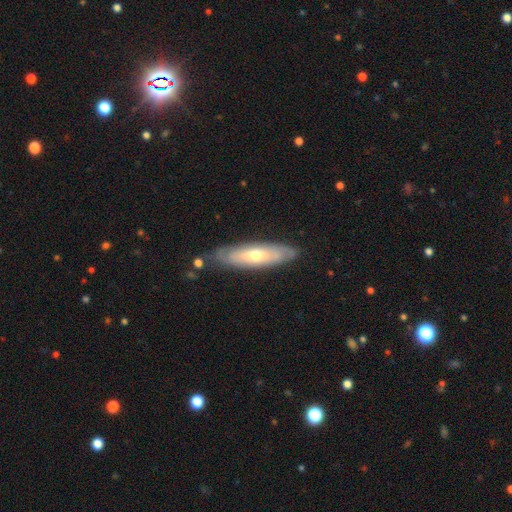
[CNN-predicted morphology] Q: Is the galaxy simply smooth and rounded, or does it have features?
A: featured or disk — 57%.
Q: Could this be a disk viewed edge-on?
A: no — 61%.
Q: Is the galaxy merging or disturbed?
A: none — 81%.